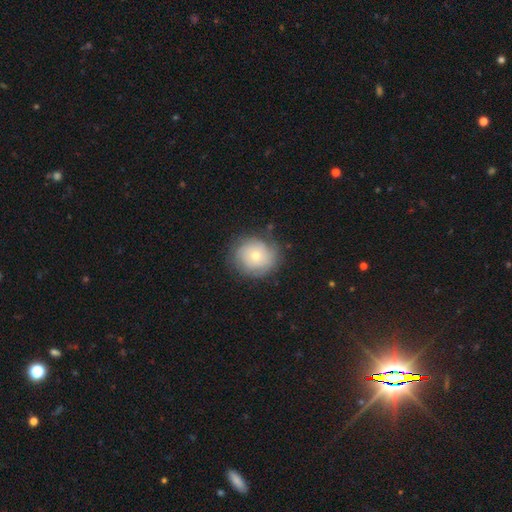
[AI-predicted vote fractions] smooth_or_featured: smooth (p=0.61) [alt: featured or disk p=0.30]
how_rounded: round (p=0.85) [alt: in between p=0.14]
merging: none (p=0.76) [alt: minor disturbance p=0.17]